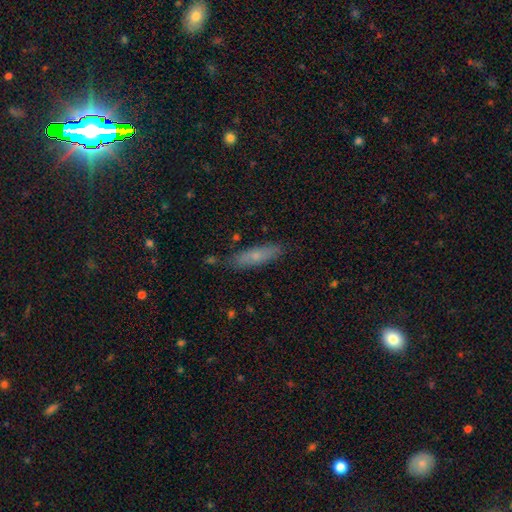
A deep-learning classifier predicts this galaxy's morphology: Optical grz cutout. It shows a smooth galaxy with no disk features (63%) that is cigar-shaped (68%). Merging: none (82%).